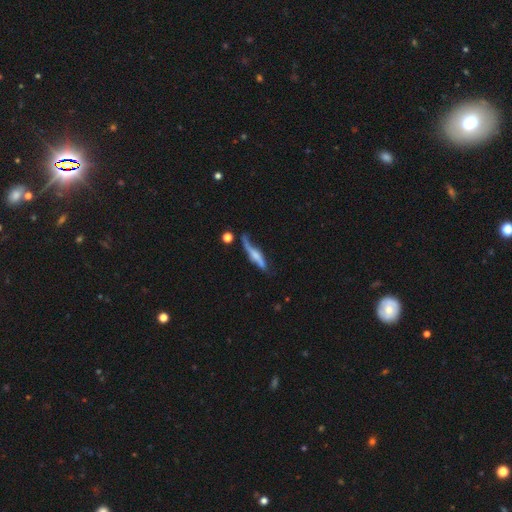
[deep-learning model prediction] The model was most divided on "merging": none: 42%, minor disturbance: 29%, major disturbance: 20%, merger: 9%. More confident: edge-on disk — yes (72%); smooth or featured — featured or disk (58%).